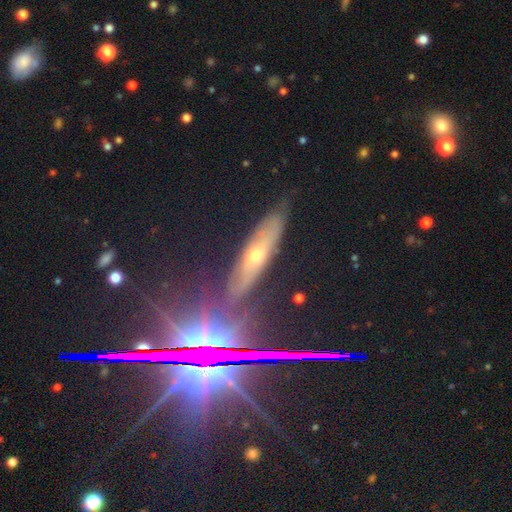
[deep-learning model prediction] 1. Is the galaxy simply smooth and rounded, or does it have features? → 49% featured or disk, 30% star or artifact, 21% smooth.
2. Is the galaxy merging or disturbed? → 78% none, 15% minor disturbance, 5% major disturbance, 2% merger.